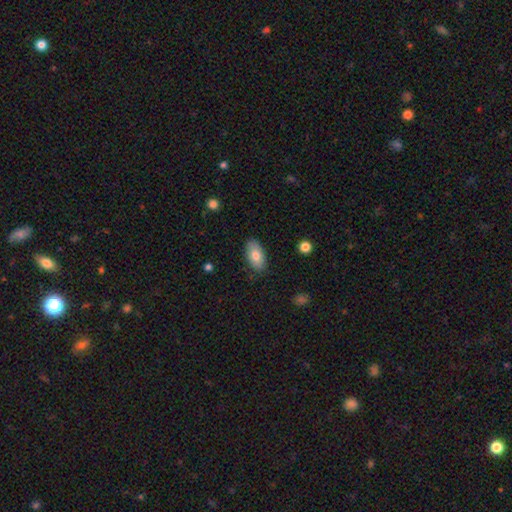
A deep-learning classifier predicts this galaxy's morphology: Q: Smooth or featured?
A: smooth (76%); runner-up: featured or disk (17%)
Q: How rounded?
A: in between (93%); runner-up: round (4%)
Q: Merging?
A: none (84%); runner-up: minor disturbance (13%)